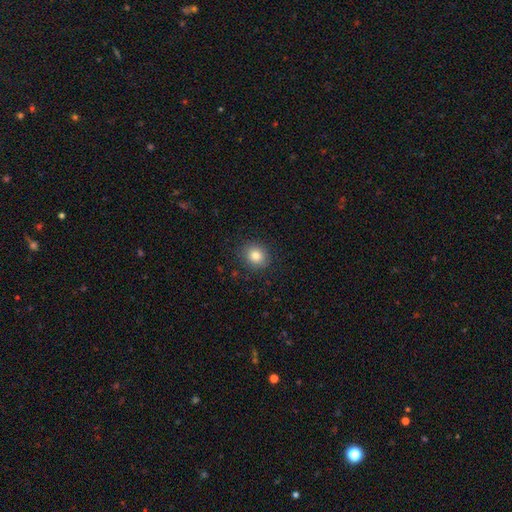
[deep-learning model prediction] This appears to be a smooth galaxy with no disk features (81%) that is round (81%). Merging: none (89%).